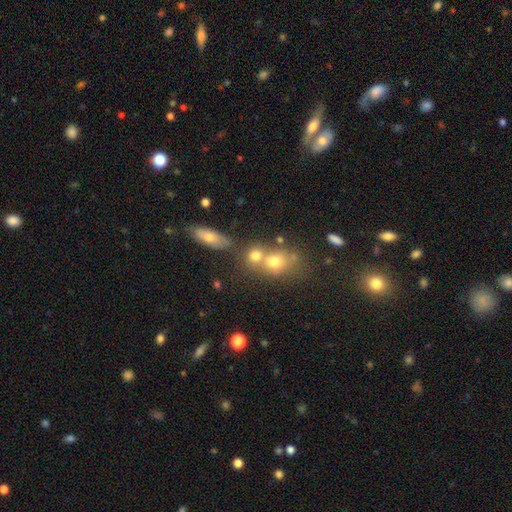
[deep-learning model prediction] Smooth or featured?
  - smooth: 70% *
  - featured or disk: 17%
  - star or artifact: 13%
How rounded?
  - round: 57% *
  - in between: 40%
  - cigar-shaped: 3%
Merging?
  - merger: 51% *
  - none: 36%
  - minor disturbance: 9%
  - major disturbance: 4%